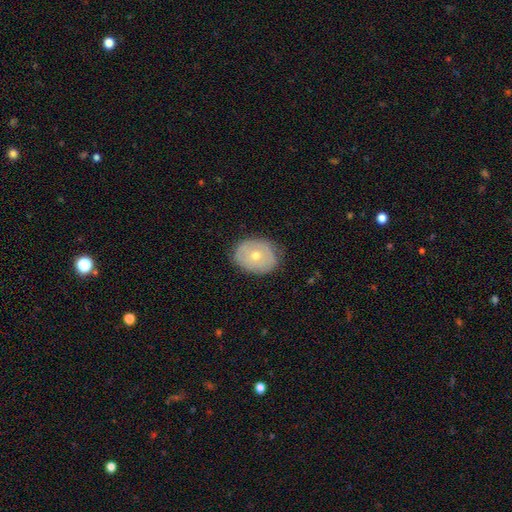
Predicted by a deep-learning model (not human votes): This appears to be a smooth galaxy with no disk features (53%) that is in between round and cigar-shaped (54%). Merging: none (76%).